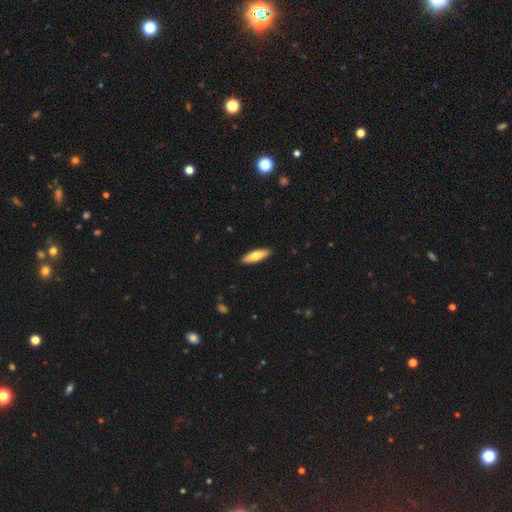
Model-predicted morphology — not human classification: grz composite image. It shows a smooth galaxy with no disk features (73%) that is cigar-shaped (53%). Merging: none (90%).